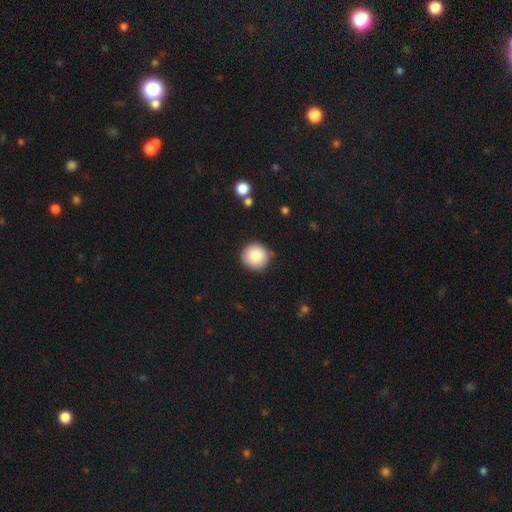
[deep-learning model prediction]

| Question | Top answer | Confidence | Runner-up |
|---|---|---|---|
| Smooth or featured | smooth | 84% | featured or disk (9%) |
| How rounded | round | 94% | in between (5%) |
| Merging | none | 85% | minor disturbance (11%) |